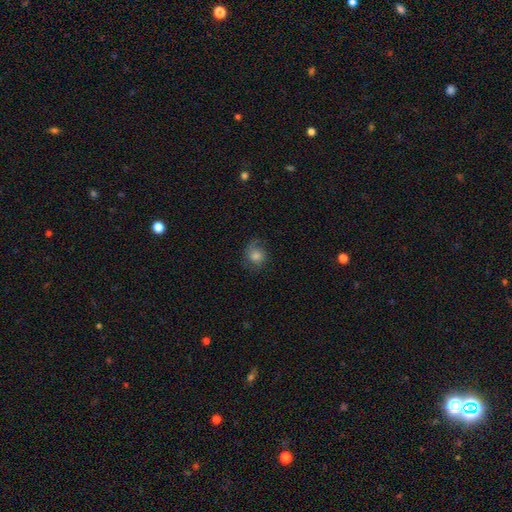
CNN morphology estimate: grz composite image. It shows a smooth galaxy with no disk features (56%) that is round (73%). Merging: none (65%).